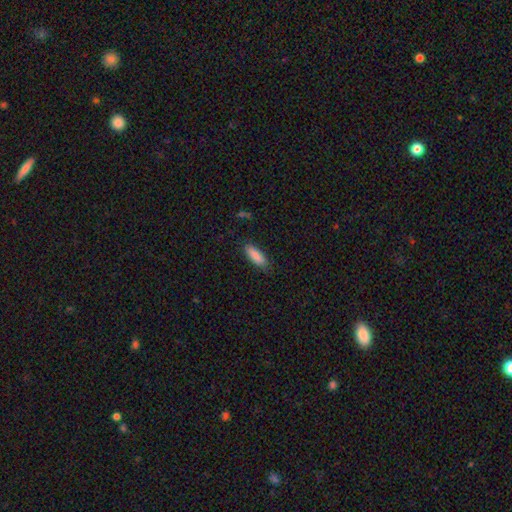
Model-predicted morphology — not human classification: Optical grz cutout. It shows a smooth galaxy with no disk features (88%) that is in between round and cigar-shaped (61%). Merging: none (83%).